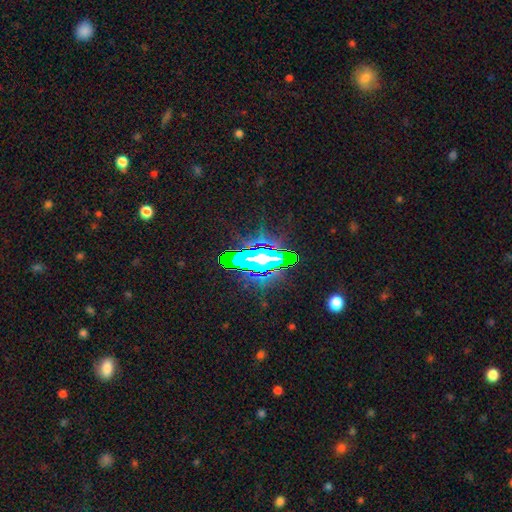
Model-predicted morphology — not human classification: Smooth or featured? star or artifact (64%)